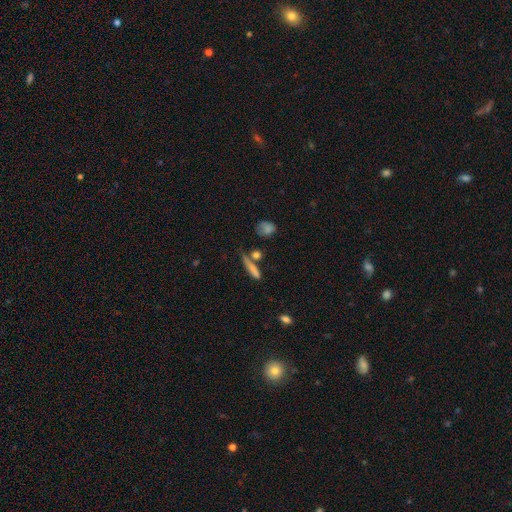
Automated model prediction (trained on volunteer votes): Smooth or featured: smooth — 71% (featured or disk — 19%)
How rounded: cigar-shaped — 64% (in between — 20%)
Merging: none — 61% (merger — 17%)